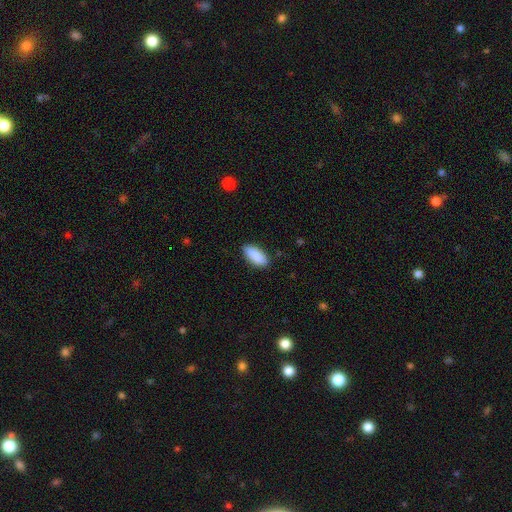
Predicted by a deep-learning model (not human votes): This appears to be a smooth galaxy with no disk features (89%) that is in between round and cigar-shaped (83%). Merging: none (85%).